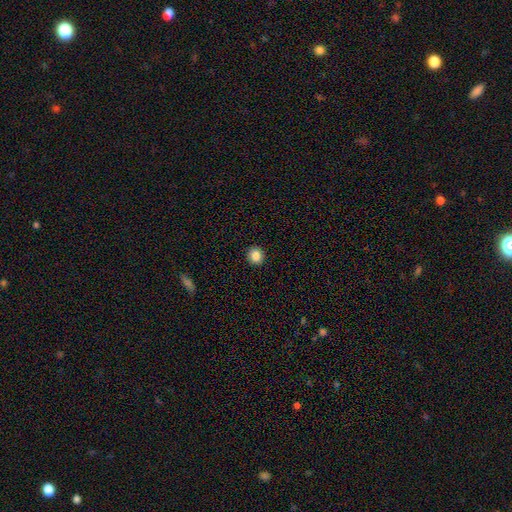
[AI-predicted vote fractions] Smooth or featured: smooth — 86% (star or artifact — 10%)
How rounded: round — 87% (in between — 12%)
Merging: none — 92% (minor disturbance — 5%)